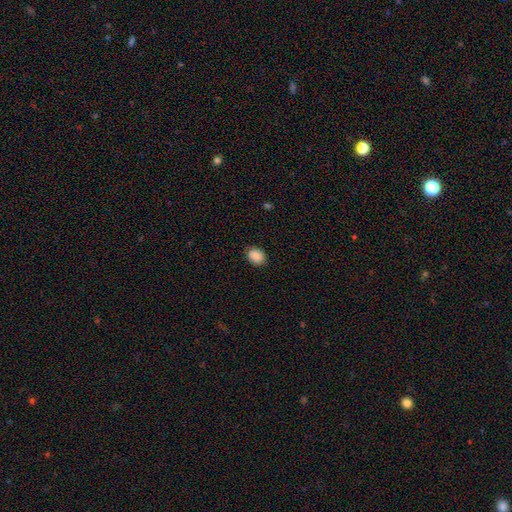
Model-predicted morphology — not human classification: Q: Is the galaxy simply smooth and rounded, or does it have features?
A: smooth — 89%.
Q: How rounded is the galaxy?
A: in between — 61%.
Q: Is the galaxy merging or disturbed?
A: none — 84%.